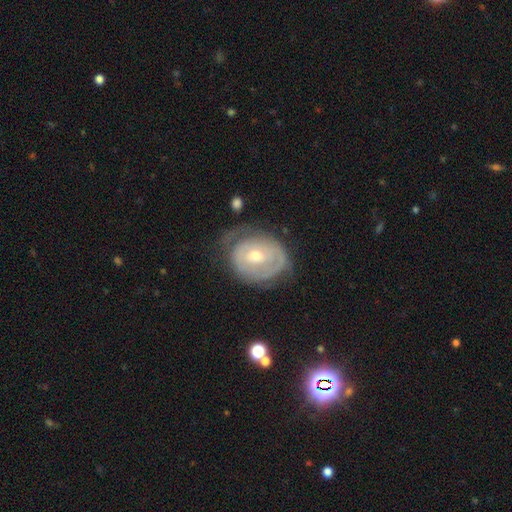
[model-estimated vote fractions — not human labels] Smooth or featured? Predicted: featured or disk (p=0.70). Edge-on disk? Predicted: no (p=0.96). Bar? Predicted: no (p=0.61). Spiral arms? Predicted: yes (p=0.68). Bulge size? Predicted: moderate (p=0.51). Merging? Predicted: none (p=0.54).